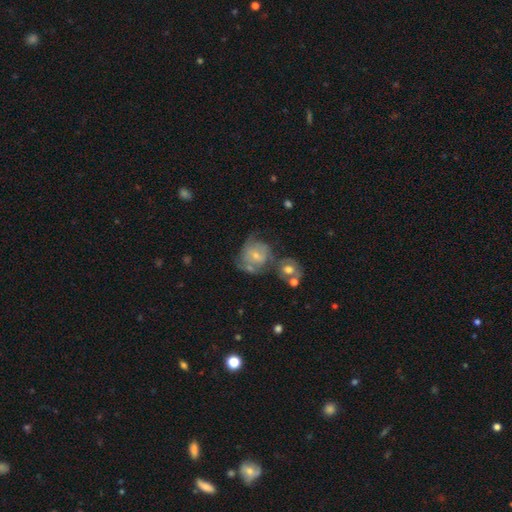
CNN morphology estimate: A featured or disk galaxy (51%) with no bar (70%), spiral arms (61%) and a small central bulge (54%). Merging: merger (33%).